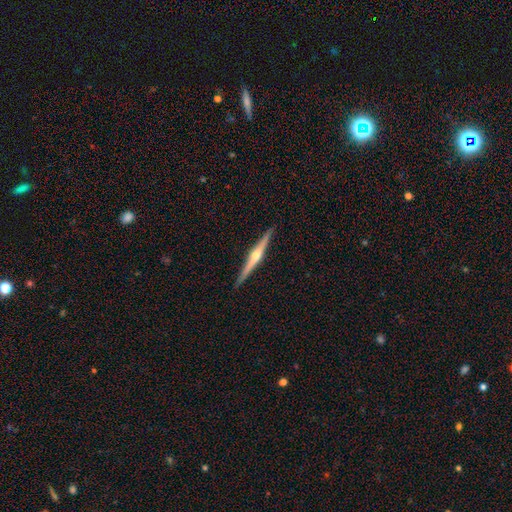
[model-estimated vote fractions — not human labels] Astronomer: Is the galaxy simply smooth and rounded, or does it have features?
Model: featured or disk — 81%.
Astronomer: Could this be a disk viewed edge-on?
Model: yes — 98%.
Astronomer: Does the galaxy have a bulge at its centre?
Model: rounded — 92%.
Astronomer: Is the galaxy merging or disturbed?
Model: none — 92%.